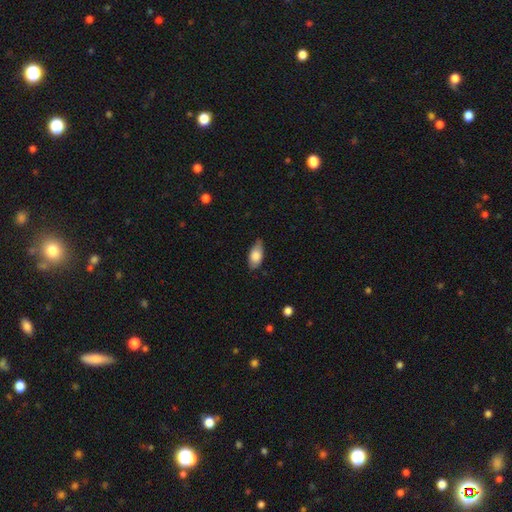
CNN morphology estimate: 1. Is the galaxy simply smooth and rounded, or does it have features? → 79% smooth, 15% featured or disk, 6% star or artifact.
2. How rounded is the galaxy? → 89% in between, 8% cigar-shaped, 3% round.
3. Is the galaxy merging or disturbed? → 72% none, 23% minor disturbance, 4% major disturbance, 1% merger.